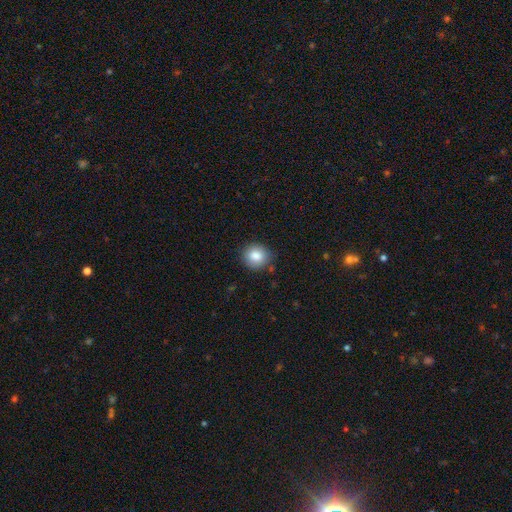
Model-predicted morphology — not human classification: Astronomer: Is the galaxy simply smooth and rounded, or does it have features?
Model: smooth — 85%.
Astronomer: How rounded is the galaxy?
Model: round — 83%.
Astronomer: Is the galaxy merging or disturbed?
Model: none — 85%.